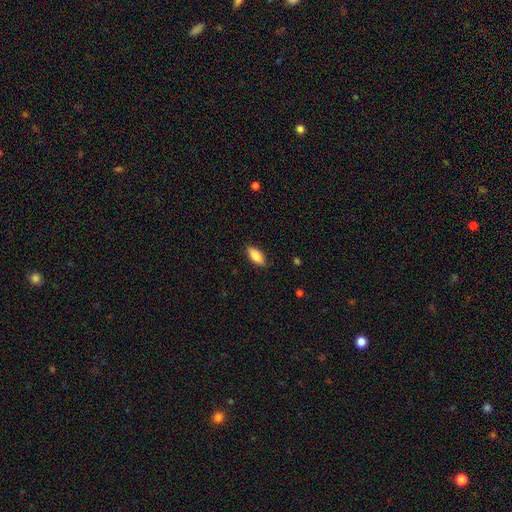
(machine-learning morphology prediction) This appears to be a smooth galaxy with no disk features (81%) that is in between round and cigar-shaped (84%). Merging: none (84%).